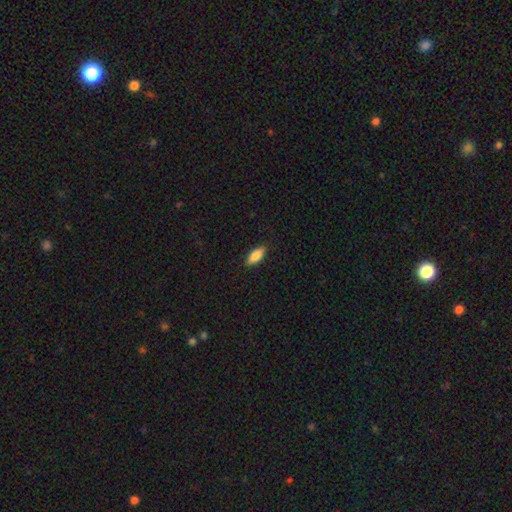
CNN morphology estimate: Overall: smooth (85%). How rounded: in between (84%). Merging: none (88%).